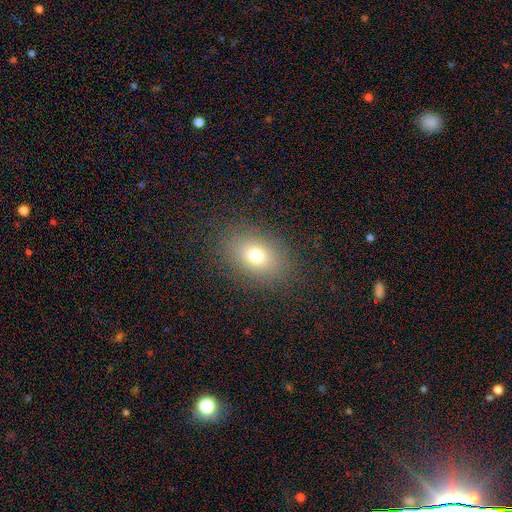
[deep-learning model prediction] A smooth galaxy with no disk features (71%) that is in between round and cigar-shaped (66%).

Vote fractions:
- Smooth or featured? smooth: 71% / star or artifact: 16% / featured or disk: 13%
- How rounded? in between: 66% / round: 32% / cigar-shaped: 1%
- Merging? none: 84% / minor disturbance: 9% / major disturbance: 5% / merger: 1%